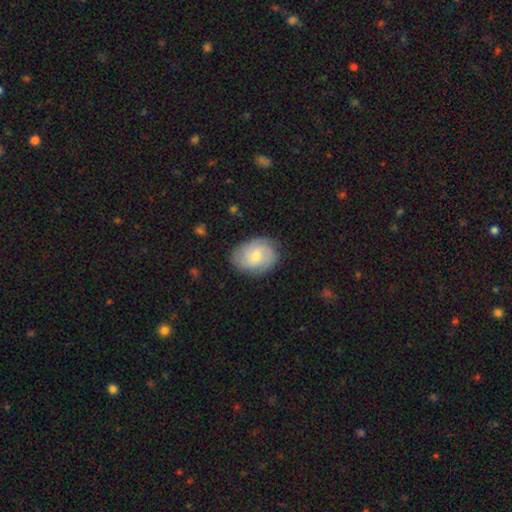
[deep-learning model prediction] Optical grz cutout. It shows a smooth galaxy with no disk features (53%) that is in between round and cigar-shaped (66%). Merging: none (79%).